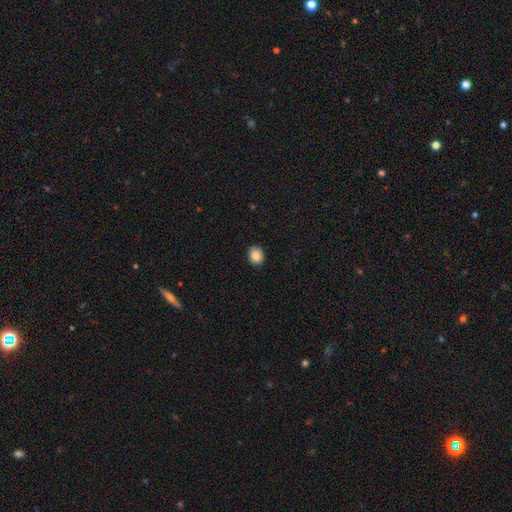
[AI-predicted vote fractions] smooth_or_featured: smooth (p=0.85) [alt: star or artifact p=0.09]
how_rounded: round (p=0.60) [alt: in between p=0.39]
merging: none (p=0.89) [alt: minor disturbance p=0.08]